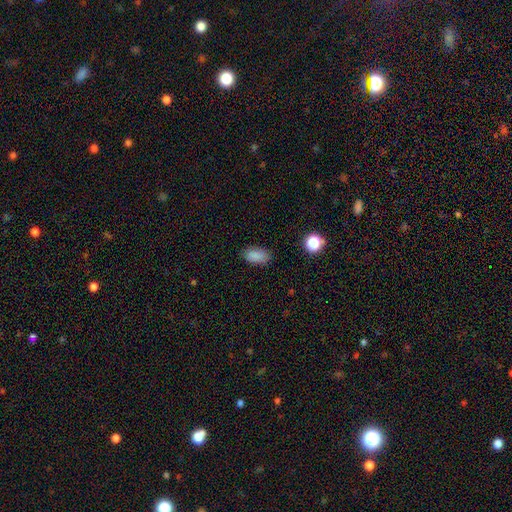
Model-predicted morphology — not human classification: Smooth or featured: smooth — 85% (star or artifact — 10%)
How rounded: in between — 91% (round — 6%)
Merging: none — 81% (minor disturbance — 14%)